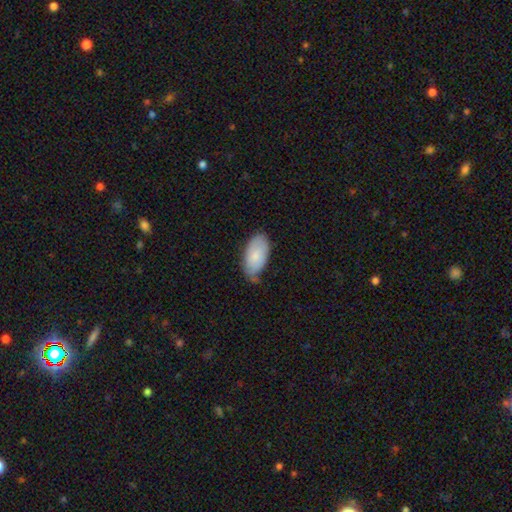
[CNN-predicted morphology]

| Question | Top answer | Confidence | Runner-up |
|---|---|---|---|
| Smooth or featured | smooth | 79% | featured or disk (15%) |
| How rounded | in between | 95% | cigar-shaped (3%) |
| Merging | none | 53% | minor disturbance (38%) |